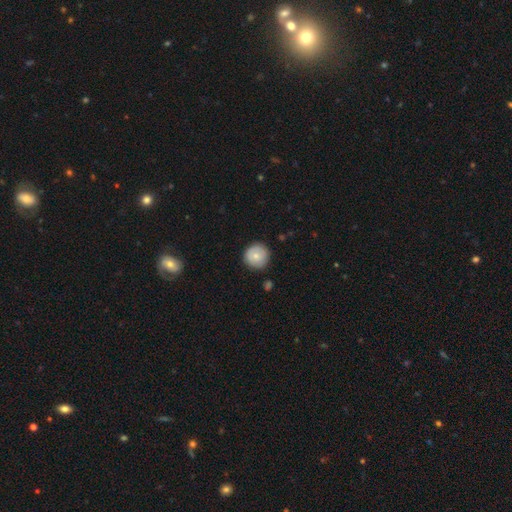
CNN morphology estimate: Smooth or featured? Predicted: smooth (p=0.74). How rounded? Predicted: round (p=0.95). Merging? Predicted: none (p=0.85).